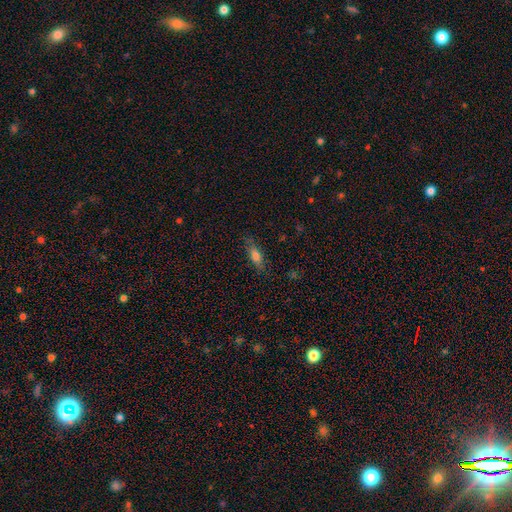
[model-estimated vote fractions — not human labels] A smooth galaxy with no disk features (73%) that is in between round and cigar-shaped (64%).

Vote fractions:
- Smooth or featured? smooth: 73% / featured or disk: 18% / star or artifact: 9%
- How rounded? in between: 64% / cigar-shaped: 33% / round: 3%
- Merging? none: 78% / minor disturbance: 17% / major disturbance: 4% / merger: 1%